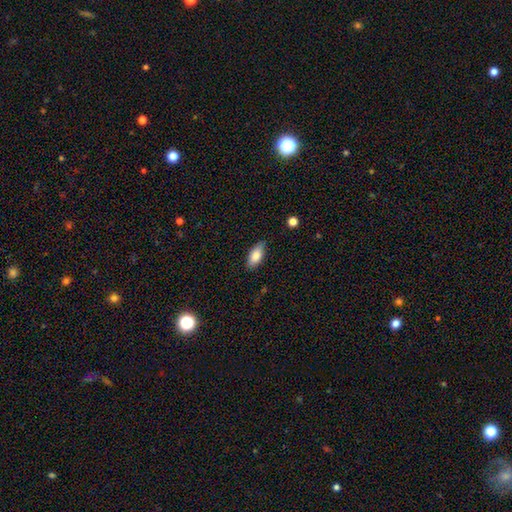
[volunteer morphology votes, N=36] This appears to be a smooth galaxy with no disk features (81%) that is in between round and cigar-shaped (79%). Merging: none (71%).